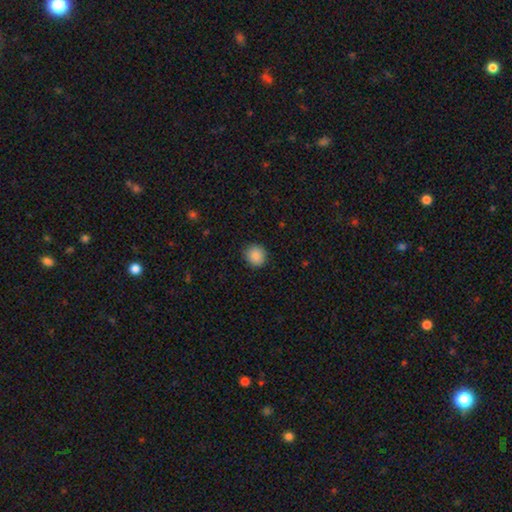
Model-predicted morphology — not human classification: Smooth or featured? smooth (88%)
How rounded? round (87%)
Merging? none (87%)